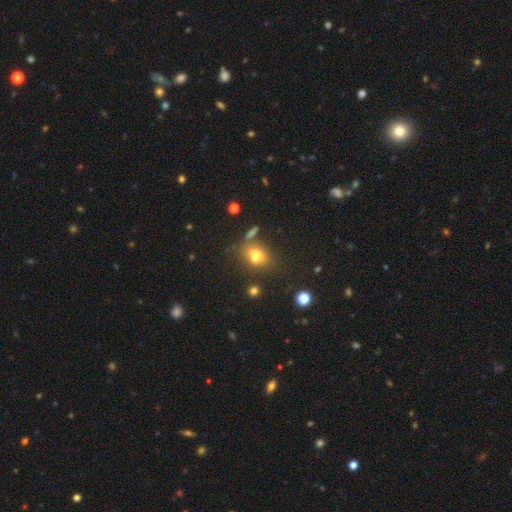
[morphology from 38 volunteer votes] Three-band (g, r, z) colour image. It shows a smooth galaxy with no disk features (71%) that is in between round and cigar-shaped (63%). Merging: none (58%).